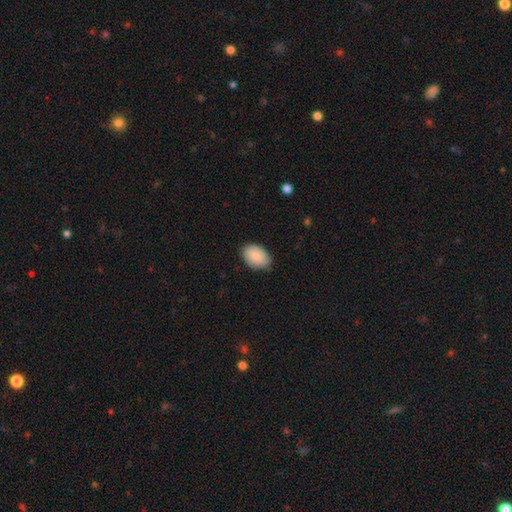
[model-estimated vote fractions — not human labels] Smooth or featured? smooth (84%)
How rounded? in between (82%)
Merging? none (73%)